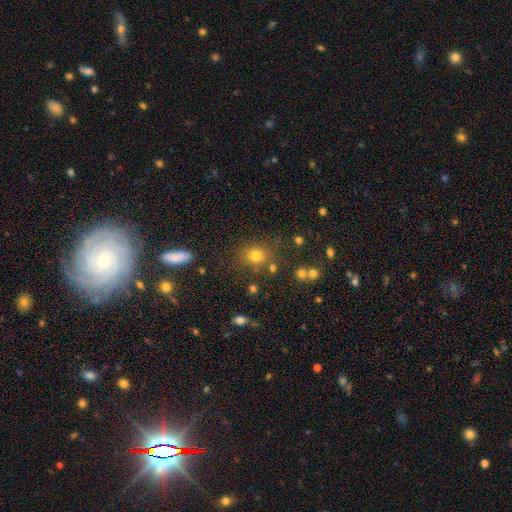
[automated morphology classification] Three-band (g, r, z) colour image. It shows a smooth galaxy with no disk features (76%) that is round (72%). Merging: none (75%).